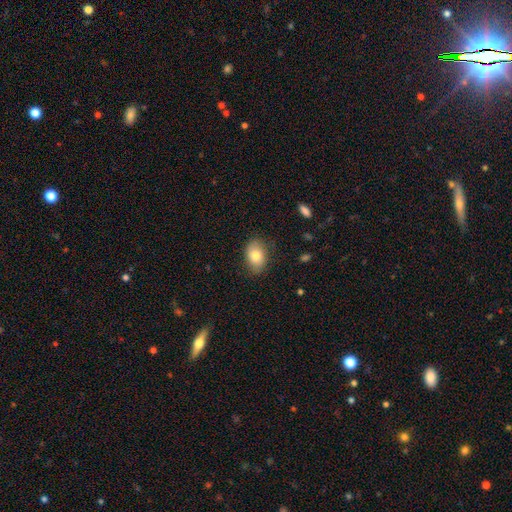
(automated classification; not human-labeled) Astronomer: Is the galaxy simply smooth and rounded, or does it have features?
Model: smooth — 79%.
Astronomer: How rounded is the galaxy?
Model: in between — 81%.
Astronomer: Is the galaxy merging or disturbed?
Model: none — 79%.